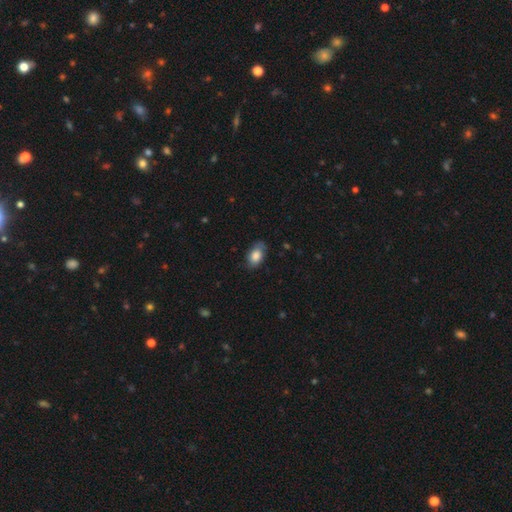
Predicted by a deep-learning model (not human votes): This appears to be a smooth galaxy with no disk features (77%) that is in between round and cigar-shaped (88%). Merging: none (73%).